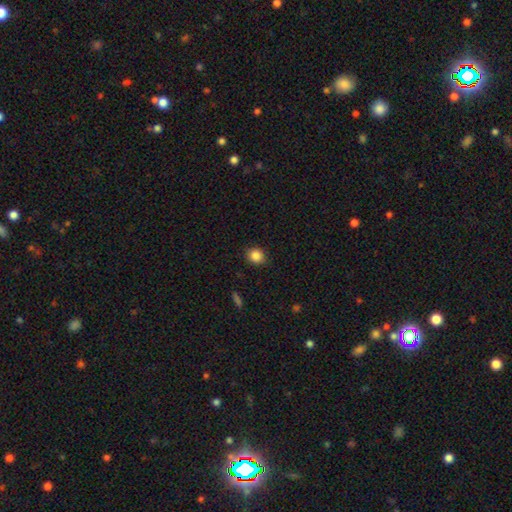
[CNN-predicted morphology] smooth 85%, star or artifact 10%, featured or disk 4%. Down the decision tree: how rounded — round (77%); merging — none (89%).